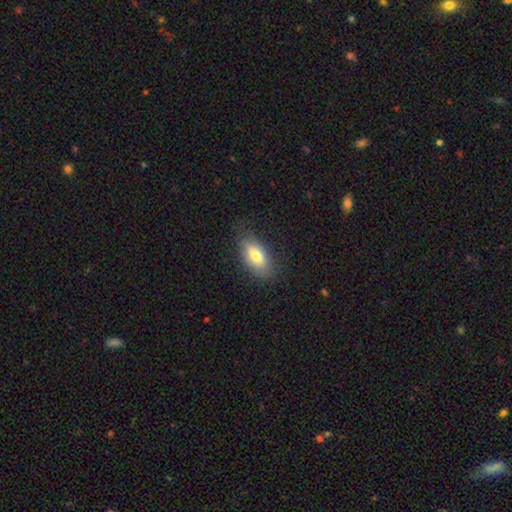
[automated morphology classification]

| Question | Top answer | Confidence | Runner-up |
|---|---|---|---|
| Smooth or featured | smooth | 76% | featured or disk (16%) |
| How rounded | in between | 87% | cigar-shaped (8%) |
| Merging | none | 79% | minor disturbance (16%) |